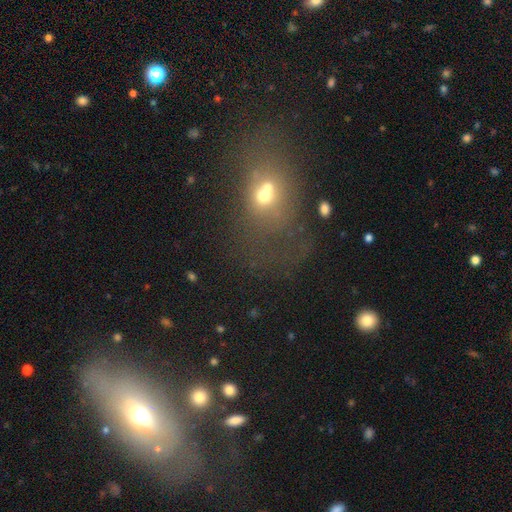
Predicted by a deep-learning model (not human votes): A smooth galaxy with no disk features (48%).

Vote fractions:
- Smooth or featured? smooth: 48% / star or artifact: 29% / featured or disk: 23%
- Merging? none: 45% / merger: 23% / major disturbance: 16% / minor disturbance: 16%